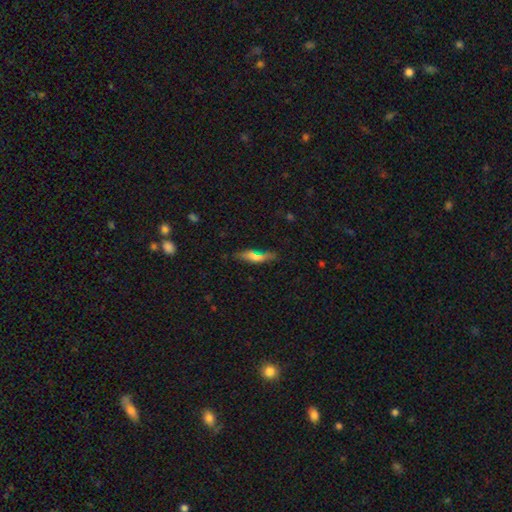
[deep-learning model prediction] Morphology: type=smooth (61%); roundness=cigar-shaped (66%); merging=none (74%).